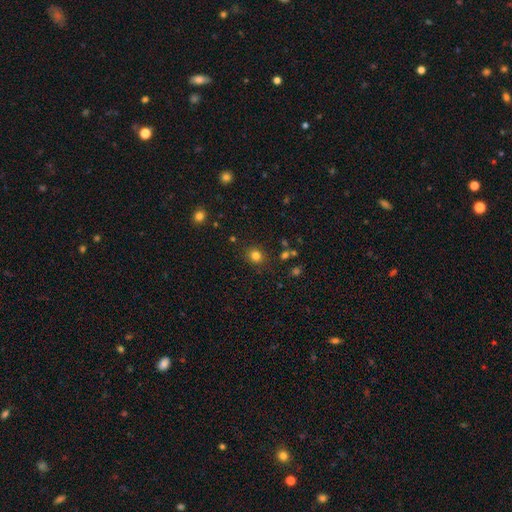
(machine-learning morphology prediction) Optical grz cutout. It shows a smooth galaxy with no disk features (81%) that is round (79%). Merging: none (86%).